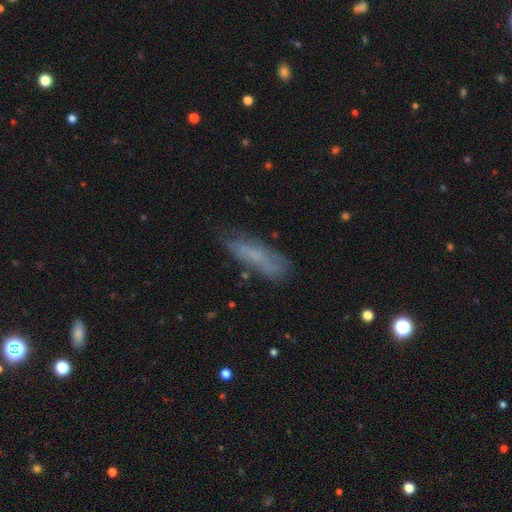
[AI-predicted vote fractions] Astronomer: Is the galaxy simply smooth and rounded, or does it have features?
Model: smooth — 57%.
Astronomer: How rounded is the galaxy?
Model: cigar-shaped — 66%.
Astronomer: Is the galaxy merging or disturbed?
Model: none — 64%.